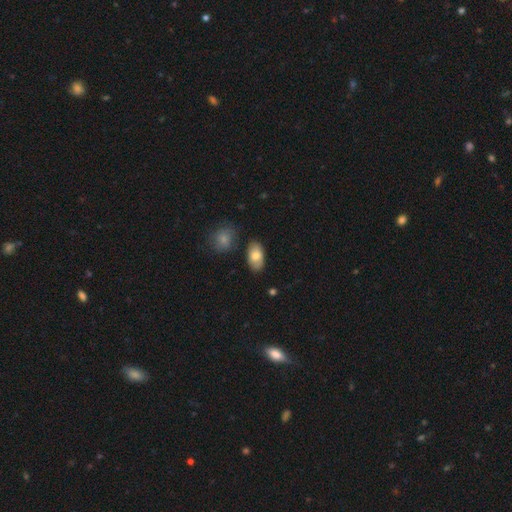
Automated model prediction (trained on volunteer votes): Smooth or featured?
  - smooth: 77% *
  - featured or disk: 16%
  - star or artifact: 7%
How rounded?
  - in between: 93% *
  - round: 5%
  - cigar-shaped: 2%
Merging?
  - none: 79% *
  - minor disturbance: 13%
  - merger: 5%
  - major disturbance: 3%